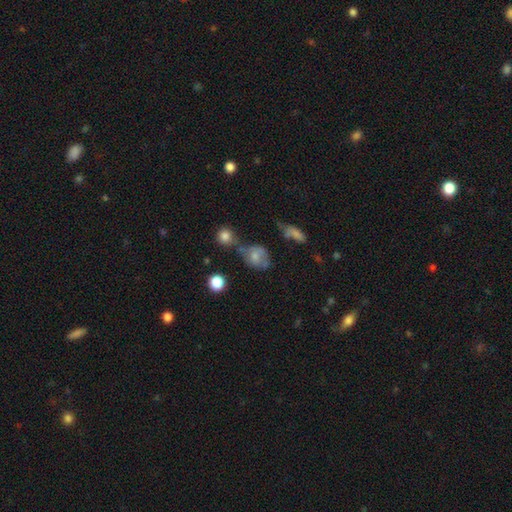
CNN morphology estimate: This is likely a smooth galaxy (66%). How rounded: possibly round (55%). Merging: marginally none (35%).